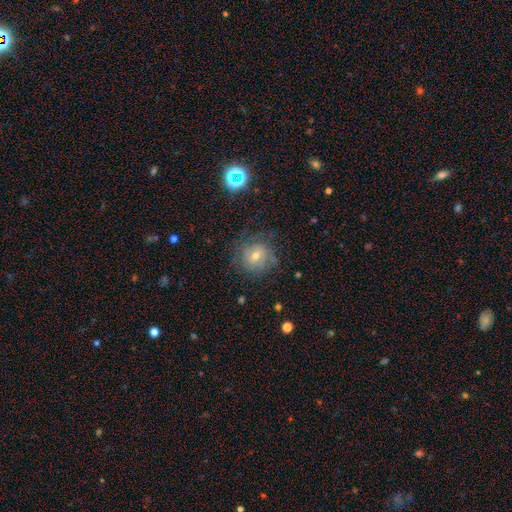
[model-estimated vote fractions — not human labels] Smooth or featured: featured or disk — 43% (smooth — 42%)
Merging: none — 69% (minor disturbance — 18%)